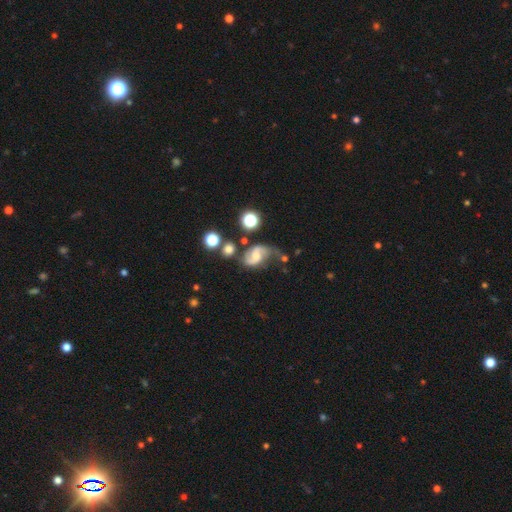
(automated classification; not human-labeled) smooth-or-featured: featured or disk: 73% | smooth: 18% | star or artifact: 10%
  disk-edge-on: no: 97% | yes: 3%
    bar: no: 47% | weak: 42% | strong: 11%
    has-spiral-arms: yes: 92% | no: 8%
      spiral-winding: loose: 44% | medium: 42% | tight: 15%
      spiral-arm-count: 2: 78% | 1: 13% | can't tell: 6% | 3: 1% | 4: 1% | more than 4: 1%
    bulge-size: moderate: 53% | small: 33% | none: 6% | large: 6% | dominant: 2%
  merging: none: 39% | minor disturbance: 25% | major disturbance: 22% | merger: 13%